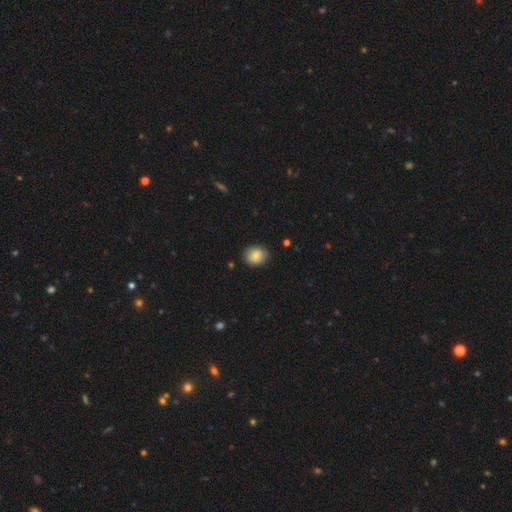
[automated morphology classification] smooth-or-featured: smooth: 82% | featured or disk: 10% | star or artifact: 9%
  how-rounded: round: 65% | in between: 34% | cigar-shaped: 1%
  merging: none: 85% | minor disturbance: 11% | major disturbance: 2% | merger: 1%